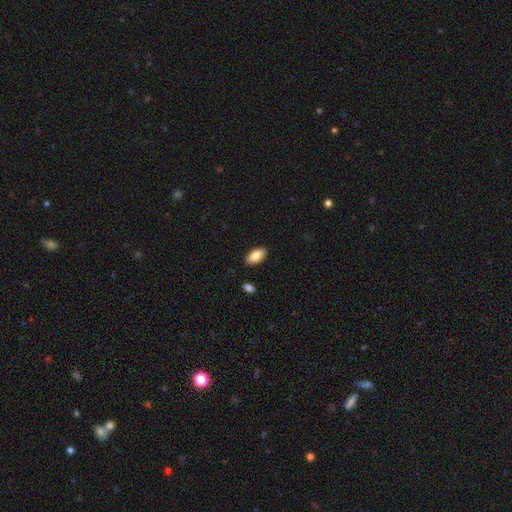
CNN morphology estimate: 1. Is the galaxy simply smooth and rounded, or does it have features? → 83% smooth, 10% featured or disk, 6% star or artifact.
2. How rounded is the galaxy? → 91% in between, 7% cigar-shaped, 2% round.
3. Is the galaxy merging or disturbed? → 88% none, 8% minor disturbance, 2% major disturbance, 2% merger.